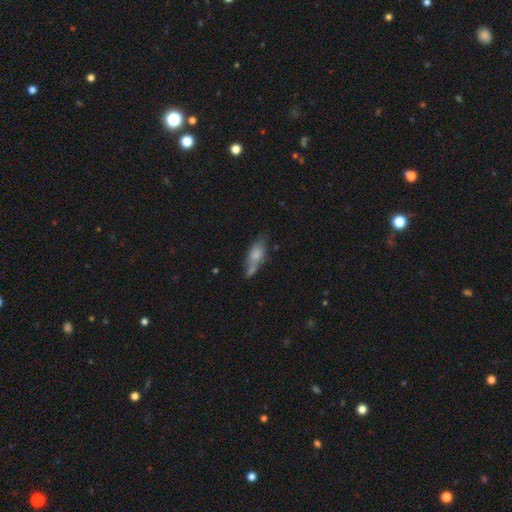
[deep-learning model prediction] Morphology: type=smooth (67%); roundness=in between (62%); merging=none (51%).